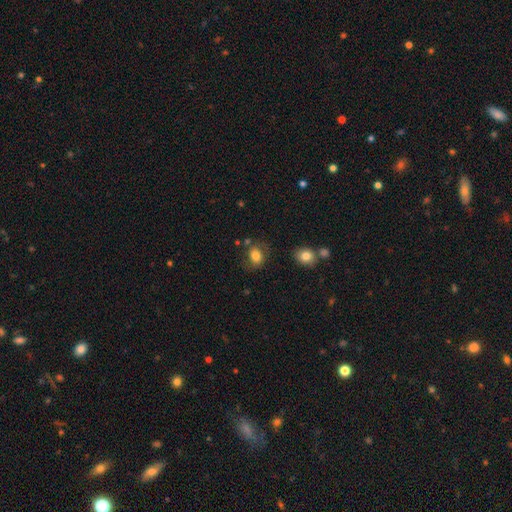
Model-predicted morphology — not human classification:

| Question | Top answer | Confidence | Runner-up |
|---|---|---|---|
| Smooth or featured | smooth | 75% | featured or disk (15%) |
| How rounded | in between | 53% | round (46%) |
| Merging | none | 67% | minor disturbance (19%) |